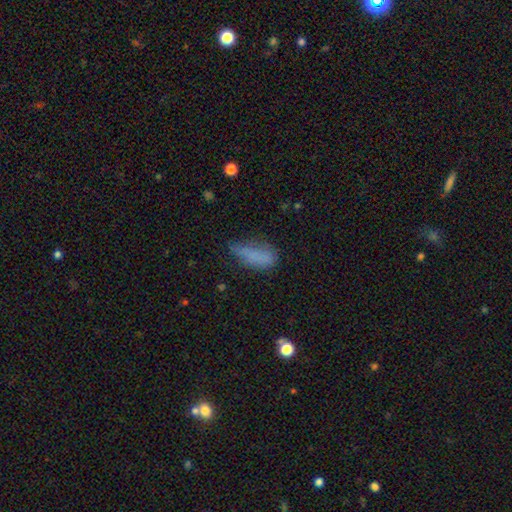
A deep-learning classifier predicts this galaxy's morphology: The model was most divided on "merging": none: 40%, minor disturbance: 35%, major disturbance: 21%, merger: 4%. More confident: smooth or featured — smooth (72%); how rounded — in between (68%).